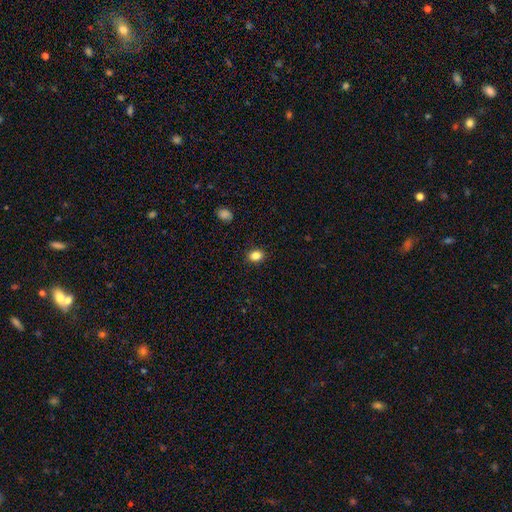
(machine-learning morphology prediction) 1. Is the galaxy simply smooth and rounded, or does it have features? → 84% smooth, 11% star or artifact, 5% featured or disk.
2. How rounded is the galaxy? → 65% in between, 34% round, 1% cigar-shaped.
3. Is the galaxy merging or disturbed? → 89% none, 8% minor disturbance, 2% major disturbance, 1% merger.